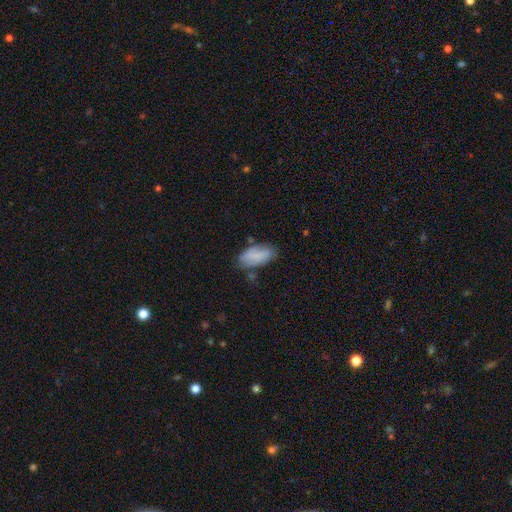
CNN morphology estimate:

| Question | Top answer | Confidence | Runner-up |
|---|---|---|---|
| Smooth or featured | smooth | 75% | featured or disk (17%) |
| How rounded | in between | 92% | cigar-shaped (5%) |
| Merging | none | 61% | minor disturbance (26%) |